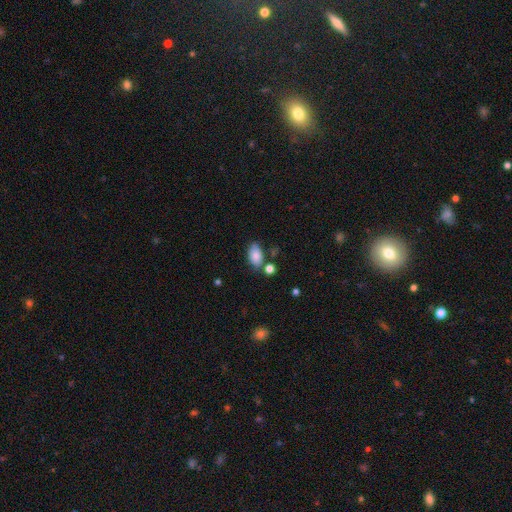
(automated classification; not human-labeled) Q: Smooth or featured?
A: smooth (85%); runner-up: star or artifact (8%)
Q: How rounded?
A: in between (92%); runner-up: round (6%)
Q: Merging?
A: none (66%); runner-up: minor disturbance (19%)